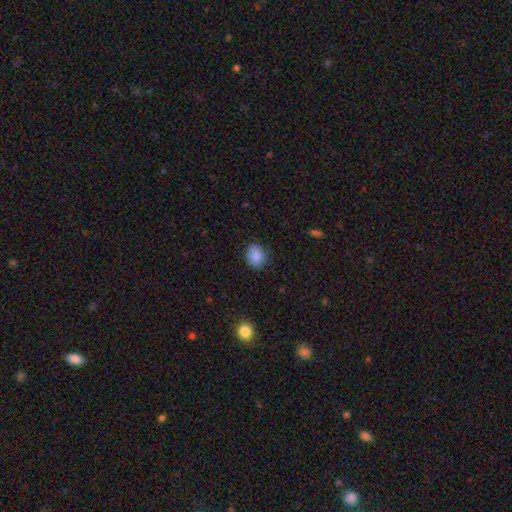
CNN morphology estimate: A smooth galaxy with no disk features (87%) that is round (68%). Merging: none (82%).